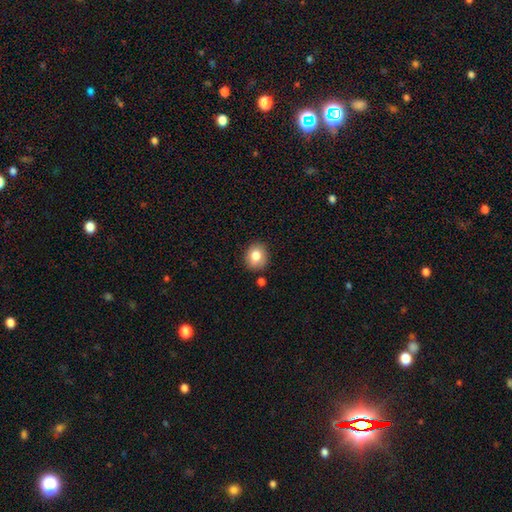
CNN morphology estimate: smooth 81%, featured or disk 10%, star or artifact 9%. Down the decision tree: how rounded — round (71%); merging — none (83%).